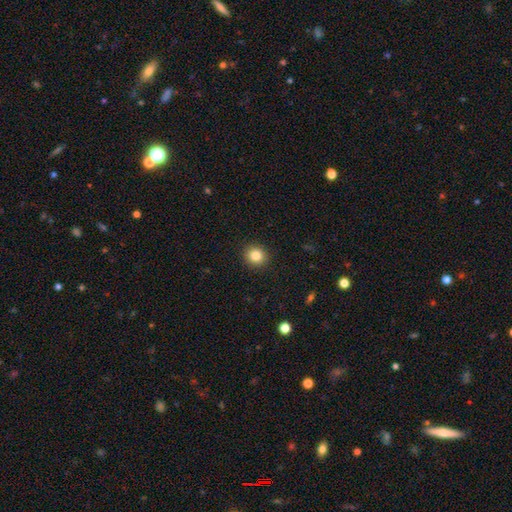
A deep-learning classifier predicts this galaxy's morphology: type=smooth (84%); roundness=round (88%); merging=none (92%).